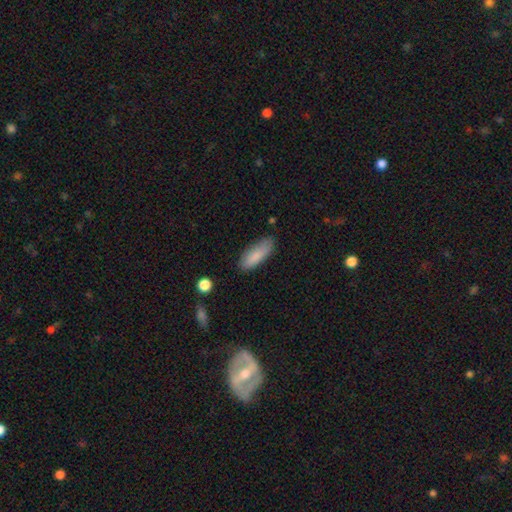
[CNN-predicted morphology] smooth-or-featured: smooth: 85% | featured or disk: 8% | star or artifact: 6%
  how-rounded: in between: 59% | cigar-shaped: 40% | round: 2%
  merging: none: 78% | minor disturbance: 17% | major disturbance: 3% | merger: 2%